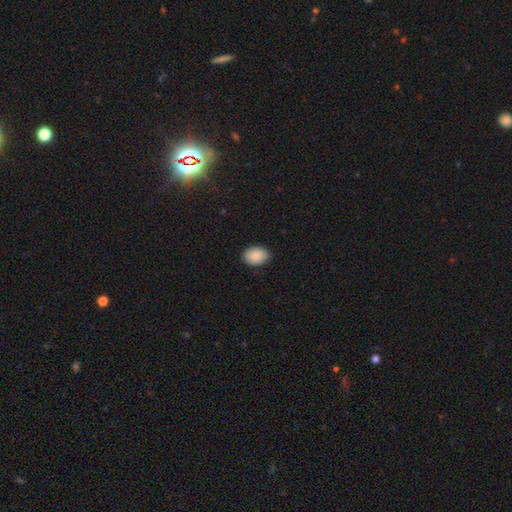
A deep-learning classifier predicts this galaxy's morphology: This is clearly a smooth galaxy (89%). How rounded: clearly in between (83%). Merging: clearly none (88%).